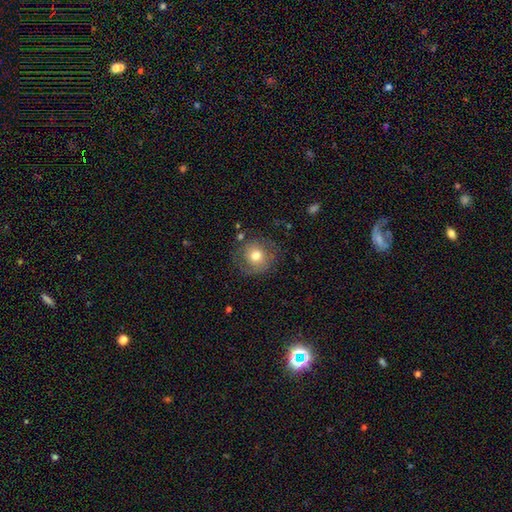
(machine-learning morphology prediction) This appears to be a smooth galaxy with no disk features (62%) that is round (89%). Merging: none (73%).